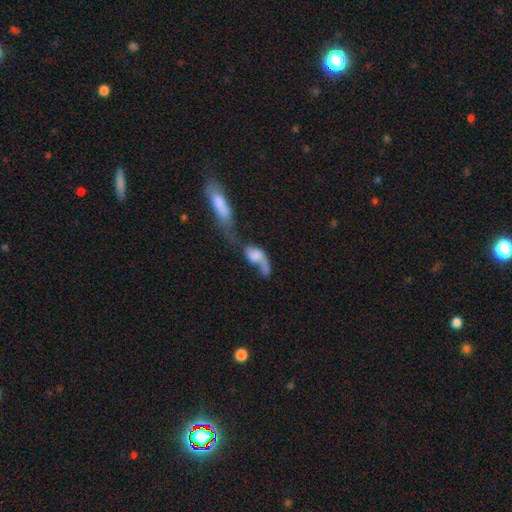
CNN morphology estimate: smooth 47%, featured or disk 43%, star or artifact 9%. Down the decision tree: merging — merger (57%).